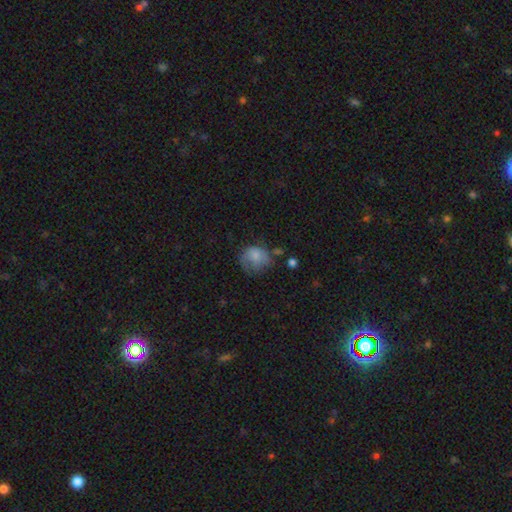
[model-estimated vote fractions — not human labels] A smooth galaxy with no disk features (73%) that is round (68%). Merging: none (37%).